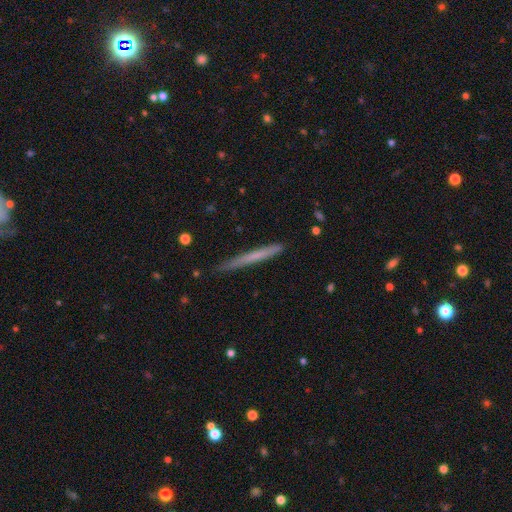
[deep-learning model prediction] smooth_or_featured: smooth (p=0.59) [alt: featured or disk p=0.35]
how_rounded: cigar-shaped (p=0.97) [alt: in between p=0.02]
merging: none (p=0.85) [alt: minor disturbance p=0.12]